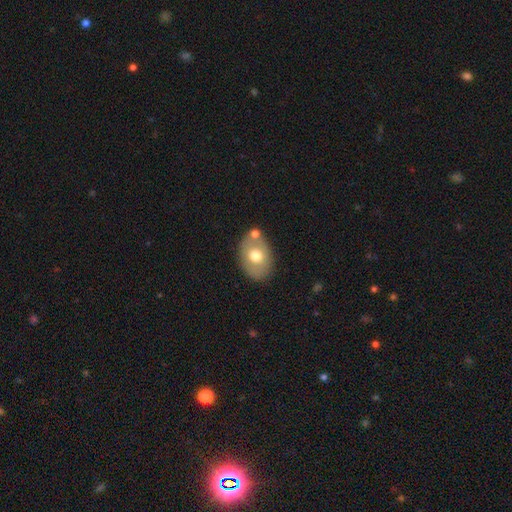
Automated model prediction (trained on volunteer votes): Smooth or featured? smooth (65%)
How rounded? in between (79%)
Merging? none (71%)